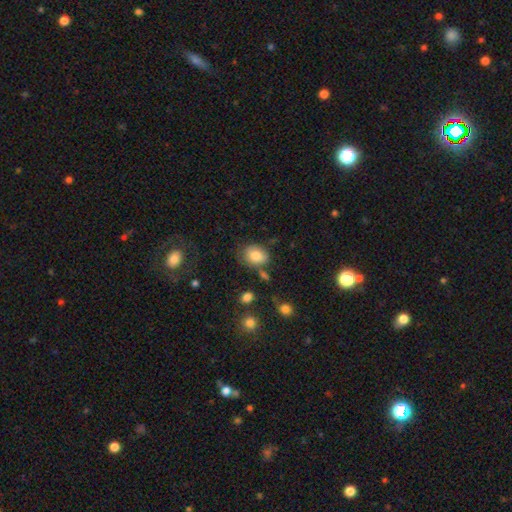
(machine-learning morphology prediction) Smooth or featured? Predicted: smooth (p=0.81). How rounded? Predicted: in between (p=0.58). Merging? Predicted: none (p=0.65).